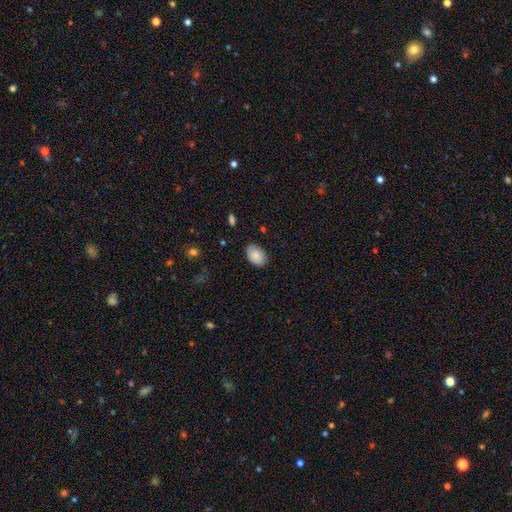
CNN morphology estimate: Smooth or featured? smooth (86%)
How rounded? in between (84%)
Merging? none (81%)